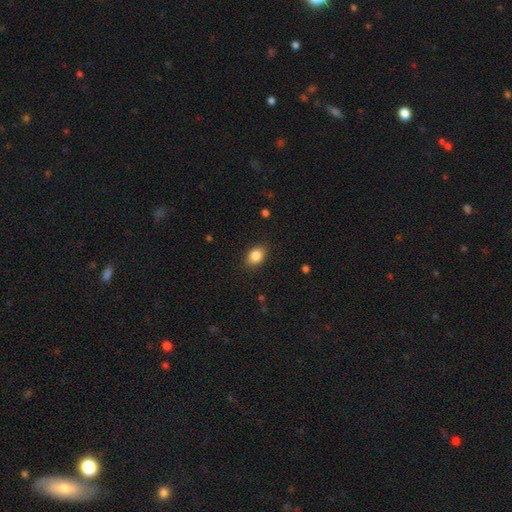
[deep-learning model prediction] Smooth or featured? smooth (86%)
How rounded? in between (75%)
Merging? none (86%)